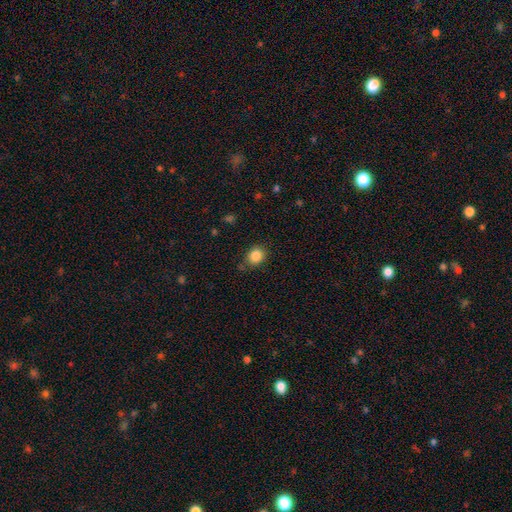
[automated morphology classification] The model was most divided on "how rounded": round: 64%, in between: 35%, cigar-shaped: 1%. More confident: smooth or featured — smooth (86%); merging — none (79%).